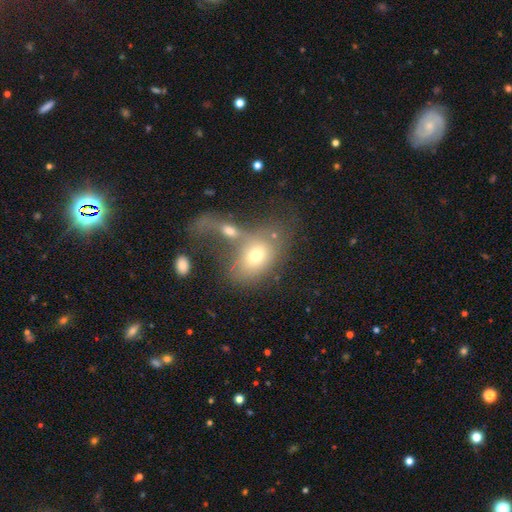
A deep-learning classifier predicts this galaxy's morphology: Overall: smooth (62%; featured or disk 27%). How rounded: in between (76%). Merging: merger (50%; none 22%).